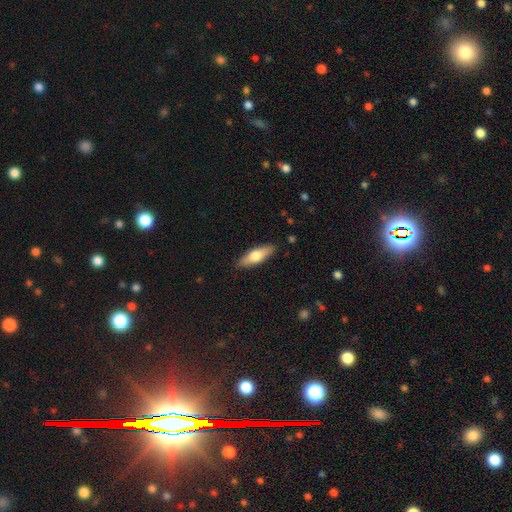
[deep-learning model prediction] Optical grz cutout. It shows a smooth galaxy with no disk features (64%) that is in between round and cigar-shaped (54%). Merging: none (88%).